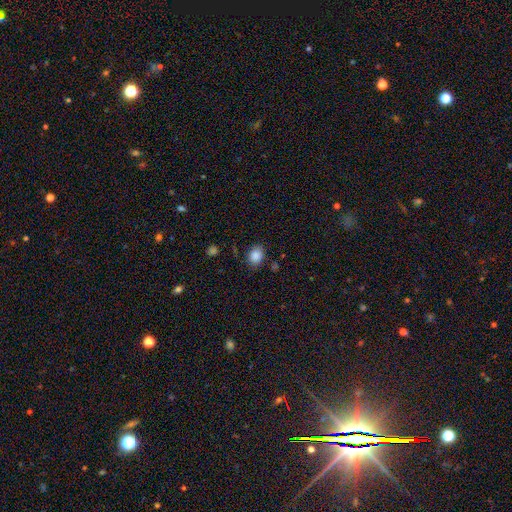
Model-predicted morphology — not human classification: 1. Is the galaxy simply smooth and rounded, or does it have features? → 87% smooth, 10% star or artifact, 4% featured or disk.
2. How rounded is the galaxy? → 57% in between, 42% round, 1% cigar-shaped.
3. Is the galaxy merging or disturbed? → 80% none, 14% minor disturbance, 4% major disturbance, 2% merger.